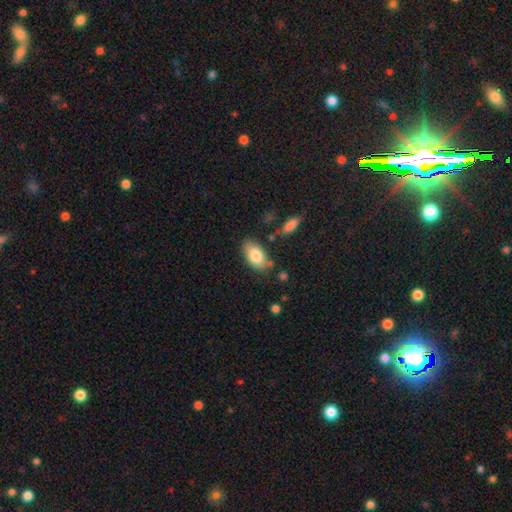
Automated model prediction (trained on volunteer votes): Smooth or featured?
  - smooth: 80% *
  - featured or disk: 13%
  - star or artifact: 7%
How rounded?
  - in between: 93% *
  - round: 5%
  - cigar-shaped: 3%
Merging?
  - none: 77% *
  - minor disturbance: 16%
  - merger: 4%
  - major disturbance: 4%